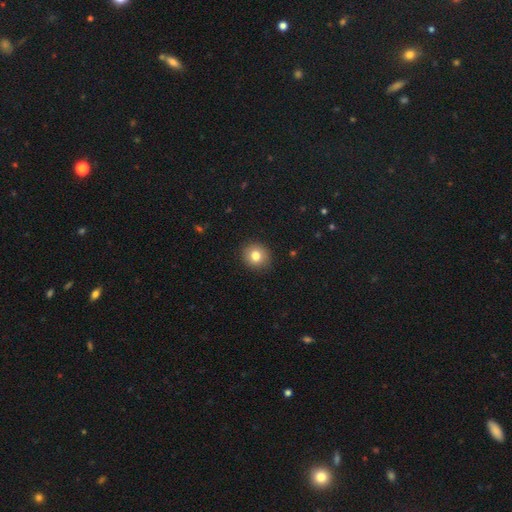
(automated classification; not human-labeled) Morphology: type=smooth (81%); roundness=round (84%); merging=none (90%).